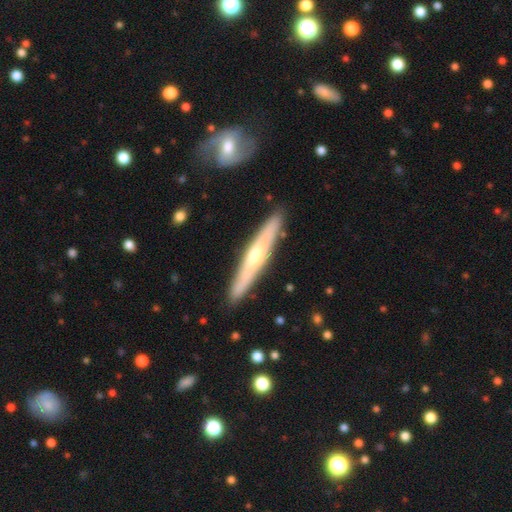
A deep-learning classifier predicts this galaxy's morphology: This is possibly a featured or disk galaxy (57%). It is clearly viewed edge-on (91%). Edge-on bulge: likely rounded (77%). Merging: clearly none (89%).